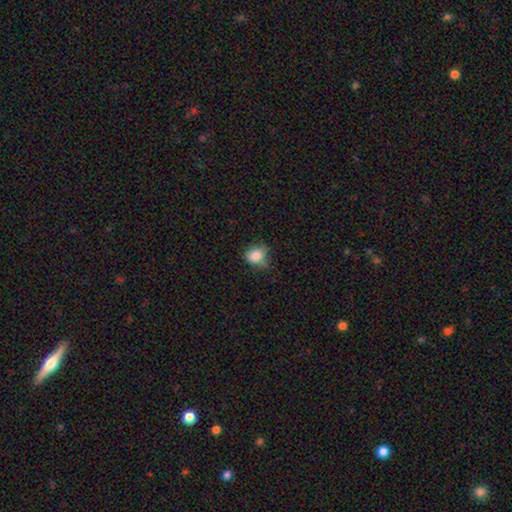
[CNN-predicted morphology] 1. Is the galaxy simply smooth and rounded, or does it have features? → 82% smooth, 10% star or artifact, 8% featured or disk.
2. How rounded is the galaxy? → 51% in between, 48% round, 1% cigar-shaped.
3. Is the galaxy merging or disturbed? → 47% none, 37% minor disturbance, 12% major disturbance, 4% merger.